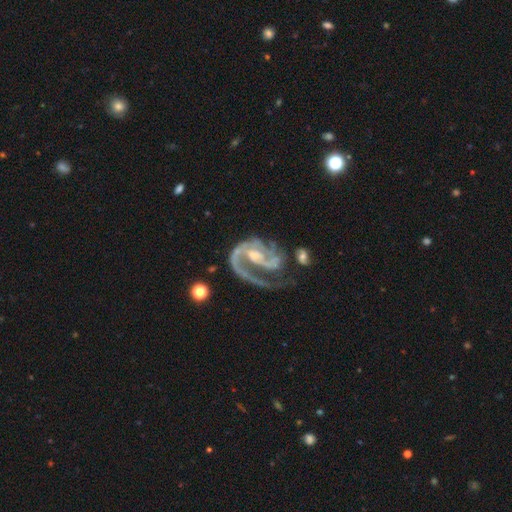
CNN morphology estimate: Smooth or featured? featured or disk (90%)
Edge-on disk? no (98%)
Bar? weak (42%)
Spiral arms? yes (96%)
Spiral winding? medium (48%)
Spiral arm count? 2 (45%)
Bulge size? moderate (38%, tied with small)
Merging? none (39%)